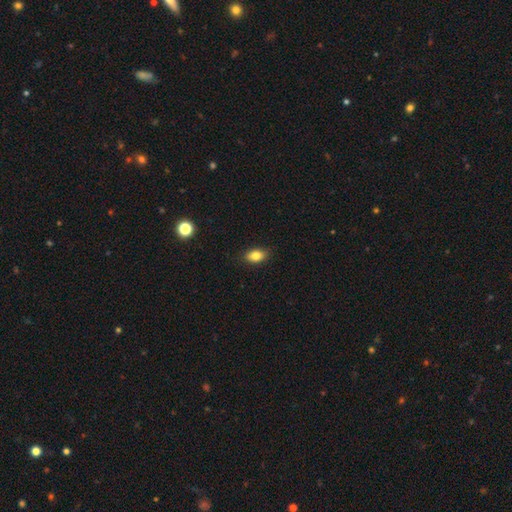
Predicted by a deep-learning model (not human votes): Smooth or featured? Predicted: smooth (p=0.82). How rounded? Predicted: in between (p=0.86). Merging? Predicted: none (p=0.88).